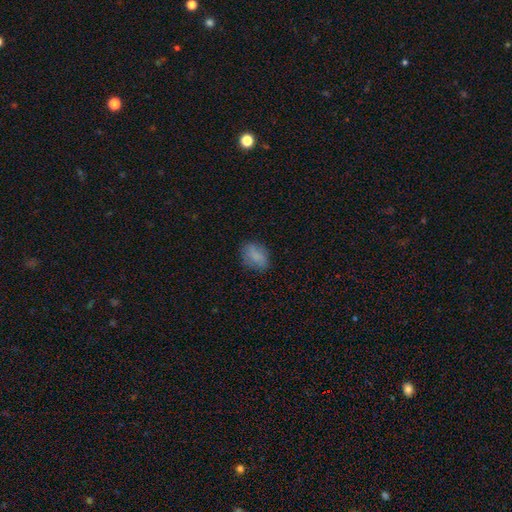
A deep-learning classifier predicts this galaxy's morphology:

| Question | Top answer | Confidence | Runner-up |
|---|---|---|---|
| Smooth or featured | smooth | 81% | featured or disk (10%) |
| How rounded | in between | 72% | round (26%) |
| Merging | none | 75% | minor disturbance (19%) |